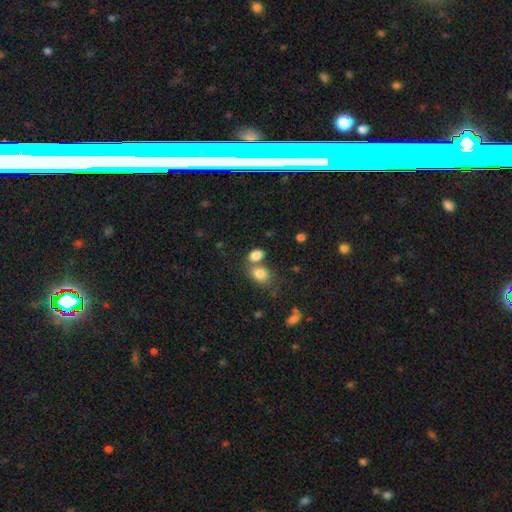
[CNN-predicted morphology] smooth 83%, star or artifact 10%, featured or disk 7%. Down the decision tree: how rounded — in between (75%); merging — merger (43%, tied with none).